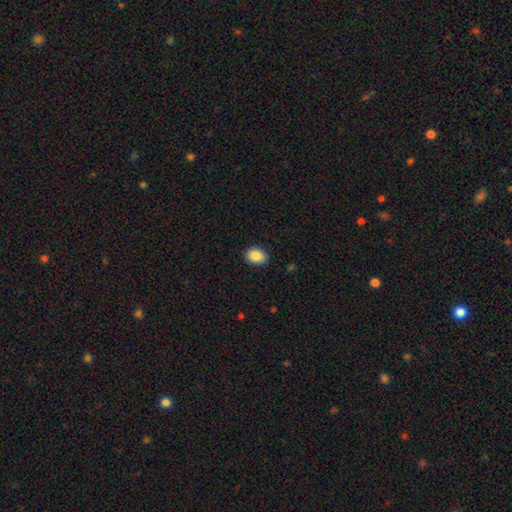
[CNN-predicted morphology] Overall: smooth (86%). How rounded: in between (69%; round 30%). Merging: none (89%).